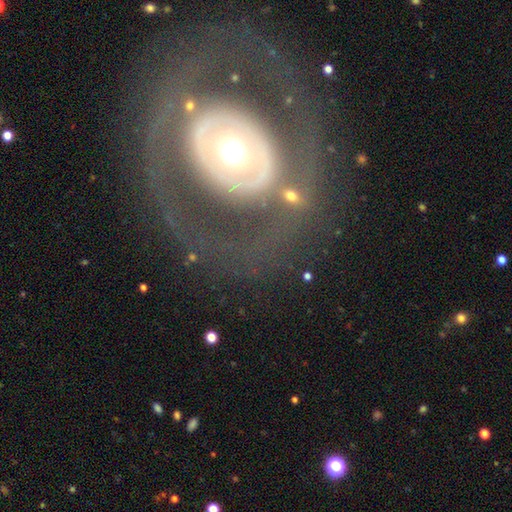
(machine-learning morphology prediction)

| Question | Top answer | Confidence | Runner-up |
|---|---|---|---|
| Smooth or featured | featured or disk | 66% | smooth (26%) |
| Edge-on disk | no | 94% | yes (6%) |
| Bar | no | 76% | weak (14%) |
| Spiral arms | no | 75% | yes (25%) |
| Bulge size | moderate | 60% | large (21%) |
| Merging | none | 76% | major disturbance (12%) |